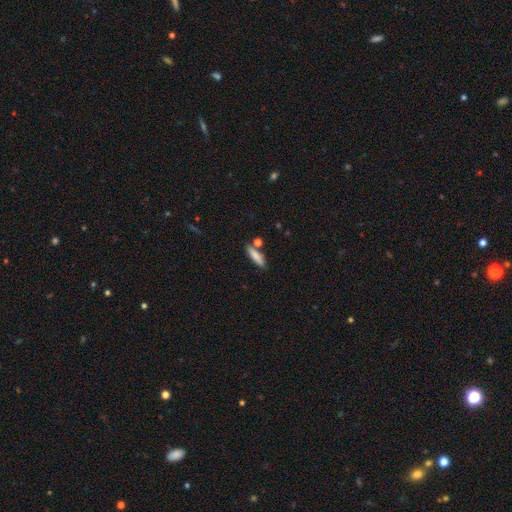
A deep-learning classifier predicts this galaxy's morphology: Q: Smooth or featured?
A: smooth (82%); runner-up: featured or disk (11%)
Q: How rounded?
A: cigar-shaped (70%); runner-up: in between (28%)
Q: Merging?
A: none (77%); runner-up: minor disturbance (12%)